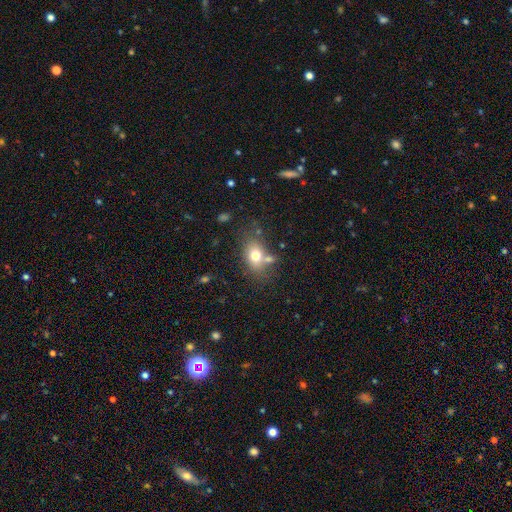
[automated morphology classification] Smooth or featured? Predicted: smooth (p=0.73). How rounded? Predicted: in between (p=0.73). Merging? Predicted: none (p=0.59).